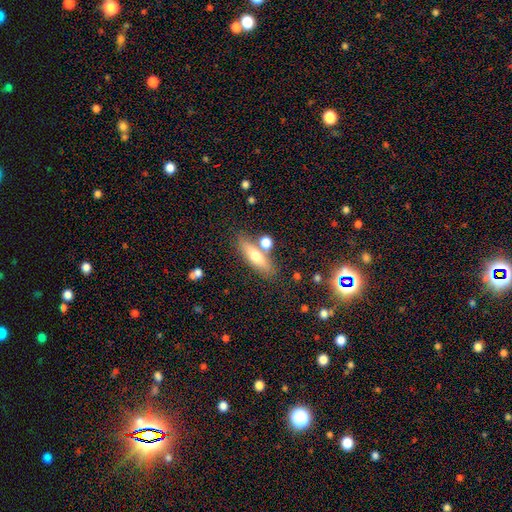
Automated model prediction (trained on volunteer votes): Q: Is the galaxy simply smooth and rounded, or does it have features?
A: smooth — 60%.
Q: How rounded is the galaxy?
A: cigar-shaped — 59%.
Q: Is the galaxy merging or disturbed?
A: none — 71%.